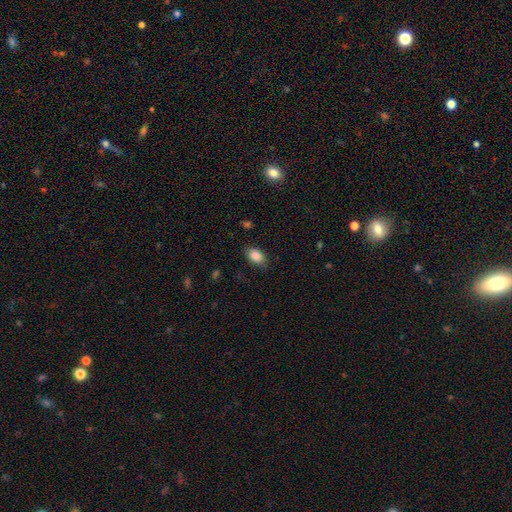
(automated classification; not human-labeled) This is clearly a smooth galaxy (86%). How rounded: clearly in between (88%). Merging: clearly none (82%).